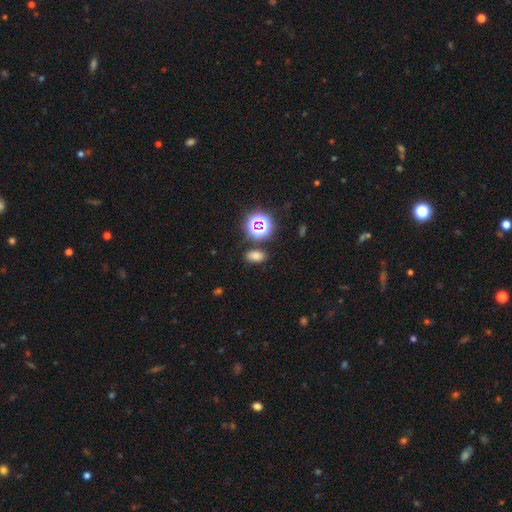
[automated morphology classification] Smooth or featured? Predicted: smooth (p=0.71). How rounded? Predicted: in between (p=0.84). Merging? Predicted: none (p=0.84).